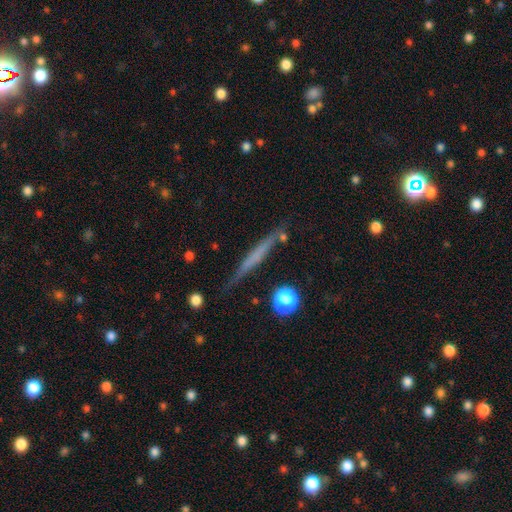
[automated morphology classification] smooth_or_featured: featured or disk (p=0.46) [tied with: smooth p=0.46]
merging: none (p=0.83) [alt: minor disturbance p=0.11]